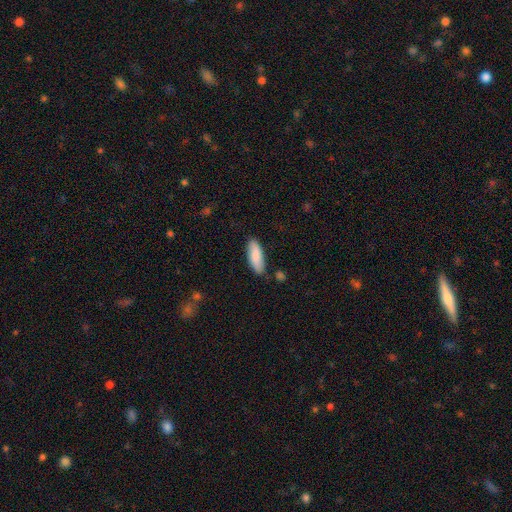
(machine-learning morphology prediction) A smooth galaxy with no disk features (85%) that is in between round and cigar-shaped (61%). Merging: none (82%).